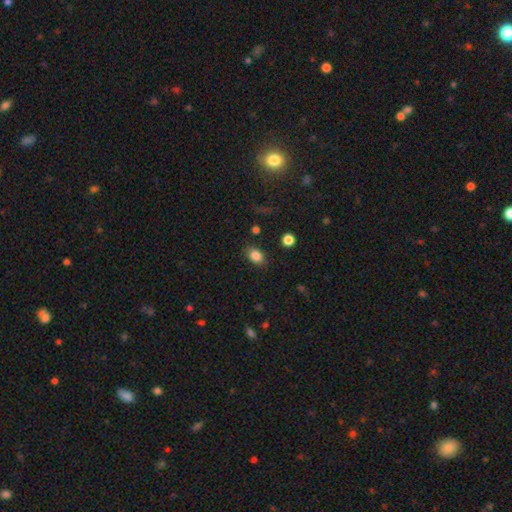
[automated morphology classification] This appears to be a smooth galaxy with no disk features (85%) that is in between round and cigar-shaped (72%). Merging: none (82%).